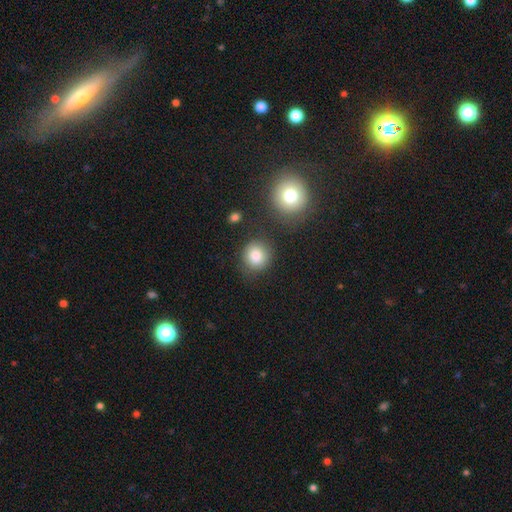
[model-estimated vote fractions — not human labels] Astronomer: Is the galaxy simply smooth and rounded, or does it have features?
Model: smooth — 84%.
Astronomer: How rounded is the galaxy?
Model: round — 87%.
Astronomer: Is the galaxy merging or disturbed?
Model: none — 79%.